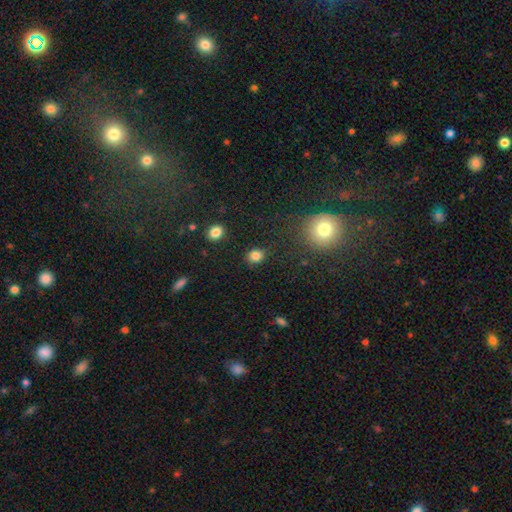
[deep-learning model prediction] smooth_or_featured: smooth (p=0.84) [alt: star or artifact p=0.12]
how_rounded: round (p=0.64) [alt: in between p=0.35]
merging: none (p=0.86) [alt: minor disturbance p=0.09]